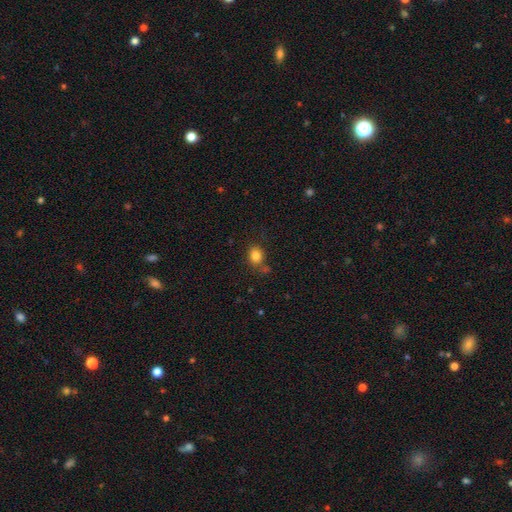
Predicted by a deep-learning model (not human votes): Smooth or featured?
  - smooth: 83% *
  - star or artifact: 11%
  - featured or disk: 6%
How rounded?
  - round: 53% *
  - in between: 46%
  - cigar-shaped: 1%
Merging?
  - none: 71% *
  - minor disturbance: 14%
  - merger: 10%
  - major disturbance: 5%